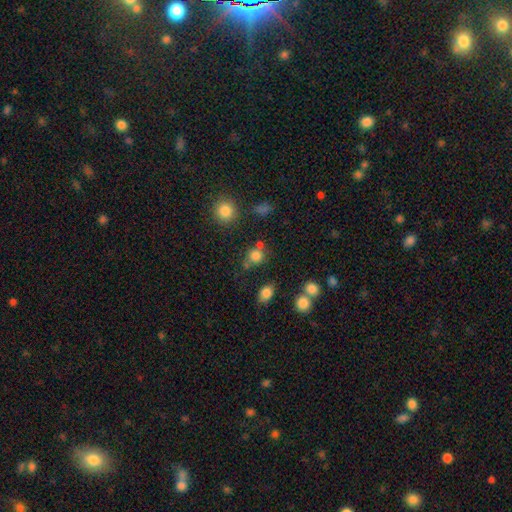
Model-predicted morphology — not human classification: type=smooth (78%); roundness=round (81%); merging=none (60%).